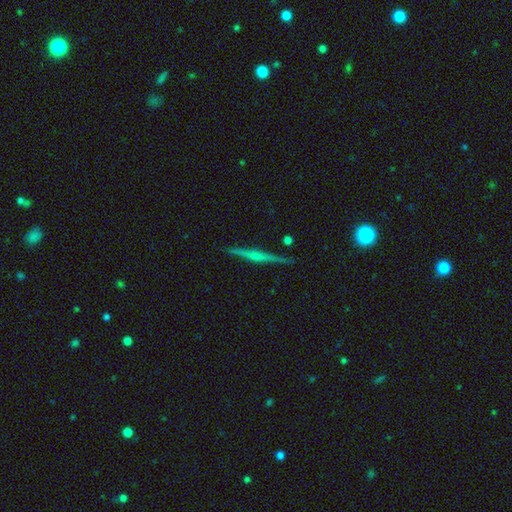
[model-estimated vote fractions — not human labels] This appears to be a featured or disk galaxy (75%) viewed edge-on (98%) with a rounded central bulge (62%). Merging: none (90%).